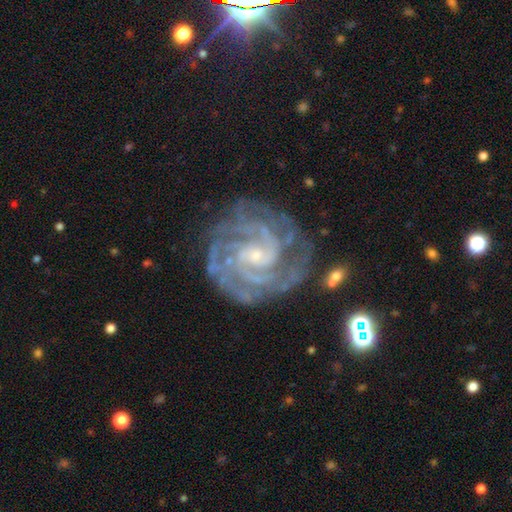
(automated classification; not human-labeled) smooth_or_featured: featured or disk (p=0.91) [alt: star or artifact p=0.06]
disk_edge_on: no (p=0.98) [alt: yes p=0.02]
bar: no (p=0.54) [alt: weak p=0.34]
has_spiral_arms: yes (p=0.98) [alt: no p=0.02]
spiral_winding: tight (p=0.74) [alt: medium p=0.23]
spiral_arm_count: 3 (p=0.25) [alt: 2 p=0.24]
bulge_size: small (p=0.78) [alt: moderate p=0.15]
merging: none (p=0.76) [alt: minor disturbance p=0.16]